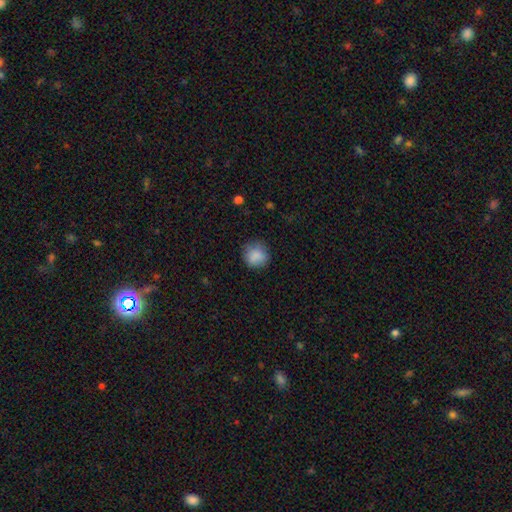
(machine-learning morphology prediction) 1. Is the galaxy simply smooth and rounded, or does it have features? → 86% smooth, 9% star or artifact, 5% featured or disk.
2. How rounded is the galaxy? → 87% round, 12% in between, 1% cigar-shaped.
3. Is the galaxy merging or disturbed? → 77% none, 17% minor disturbance, 5% major disturbance, 1% merger.